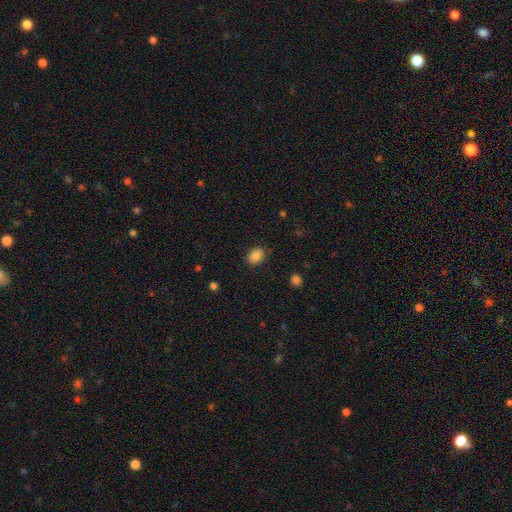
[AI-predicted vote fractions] Smooth or featured? Predicted: smooth (p=0.84). How rounded? Predicted: round (p=0.50). Merging? Predicted: none (p=0.87).